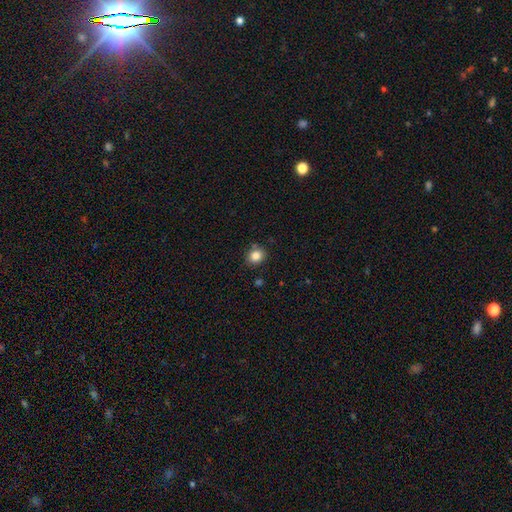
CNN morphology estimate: Q: Smooth or featured?
A: smooth (84%); runner-up: star or artifact (11%)
Q: How rounded?
A: round (74%); runner-up: in between (25%)
Q: Merging?
A: none (82%); runner-up: minor disturbance (11%)